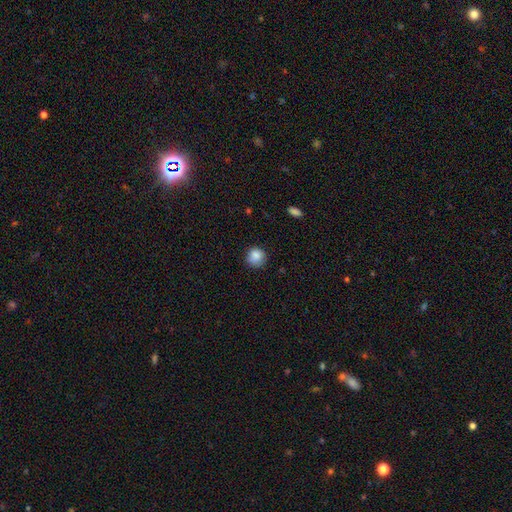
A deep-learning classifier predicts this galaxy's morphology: Q: Smooth or featured?
A: smooth (87%); runner-up: star or artifact (9%)
Q: How rounded?
A: round (90%); runner-up: in between (9%)
Q: Merging?
A: none (80%); runner-up: minor disturbance (16%)